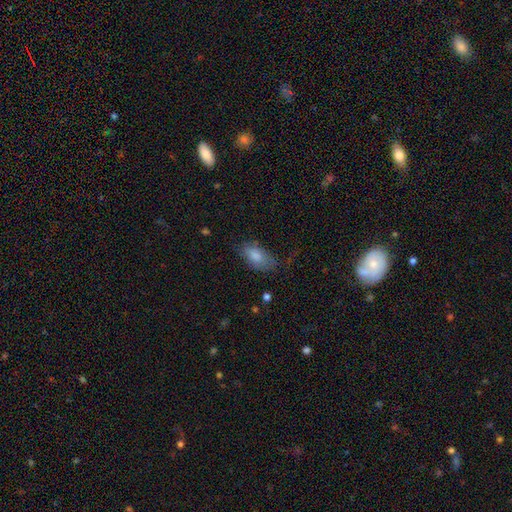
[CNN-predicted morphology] Smooth or featured: smooth — 81% (featured or disk — 12%)
How rounded: in between — 92% (cigar-shaped — 4%)
Merging: none — 60% (minor disturbance — 28%)